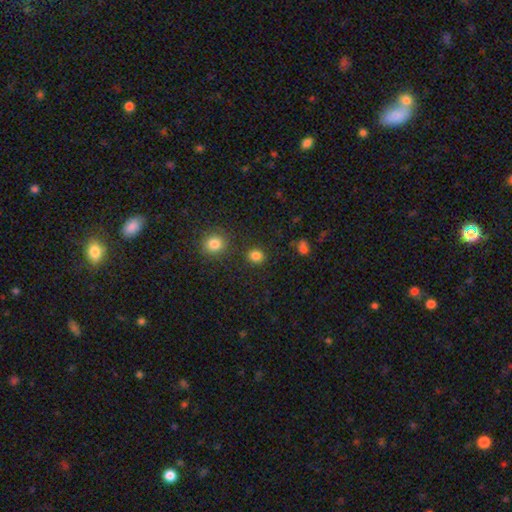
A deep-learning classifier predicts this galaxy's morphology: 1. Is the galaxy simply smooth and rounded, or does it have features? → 83% smooth, 13% star or artifact, 4% featured or disk.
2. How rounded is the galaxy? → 78% round, 21% in between, 1% cigar-shaped.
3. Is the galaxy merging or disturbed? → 85% none, 8% minor disturbance, 5% merger, 3% major disturbance.